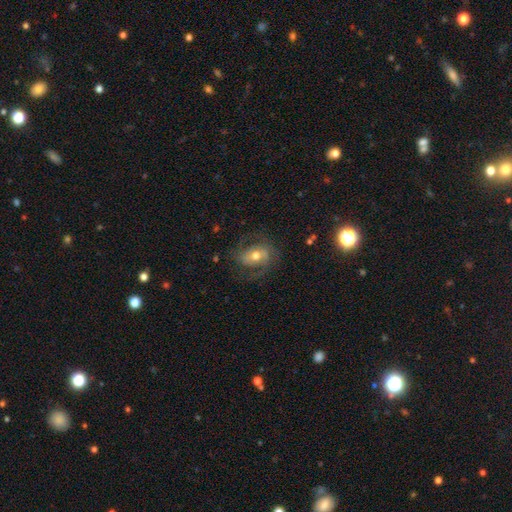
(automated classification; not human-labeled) Morphology: type=featured or disk (67%); edge-on=no (95%); bar=no (40%); spiral arms=yes (84%); winding=medium (48%); arm count=2 (74%); bulge=moderate (71%); merging=none (65%).